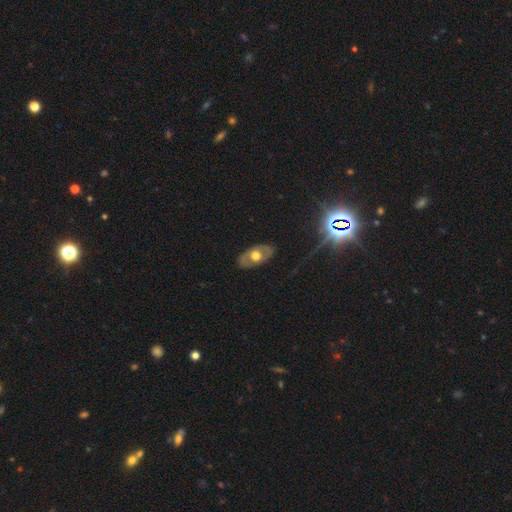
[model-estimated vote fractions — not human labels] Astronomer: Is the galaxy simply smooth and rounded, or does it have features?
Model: featured or disk — 55% (runner-up: smooth, 38%).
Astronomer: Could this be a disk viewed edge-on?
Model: no — 85%.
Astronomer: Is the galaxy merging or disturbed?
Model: none — 82%.